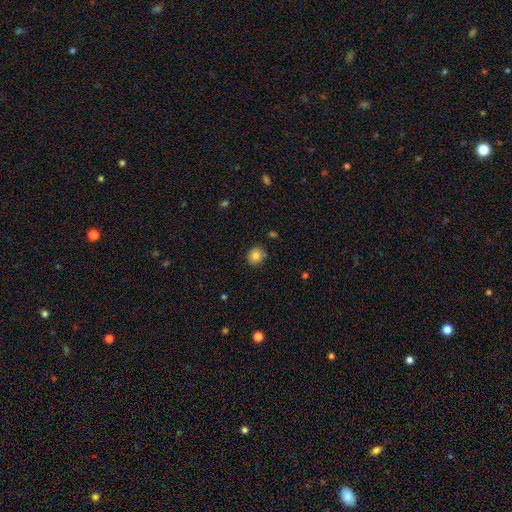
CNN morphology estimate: Overall: smooth (82%). How rounded: round (79%). Merging: none (86%).